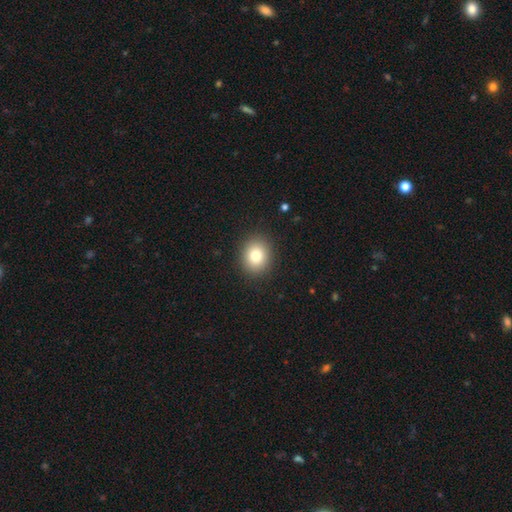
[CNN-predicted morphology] smooth-or-featured: smooth: 81% | star or artifact: 10% | featured or disk: 8%
  how-rounded: round: 69% | in between: 30% | cigar-shaped: 1%
  merging: none: 90% | minor disturbance: 7% | major disturbance: 2% | merger: 1%